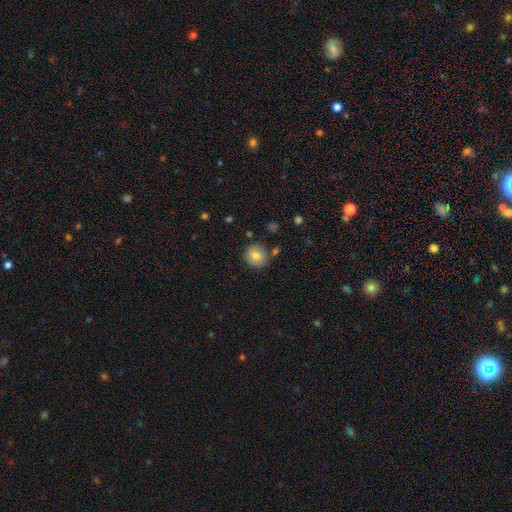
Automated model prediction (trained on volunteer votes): A smooth galaxy with no disk features (78%) that is round (90%).

Vote fractions:
- Smooth or featured? smooth: 78% / featured or disk: 12% / star or artifact: 10%
- How rounded? round: 90% / in between: 9% / cigar-shaped: 1%
- Merging? none: 83% / minor disturbance: 10% / merger: 5% / major disturbance: 2%